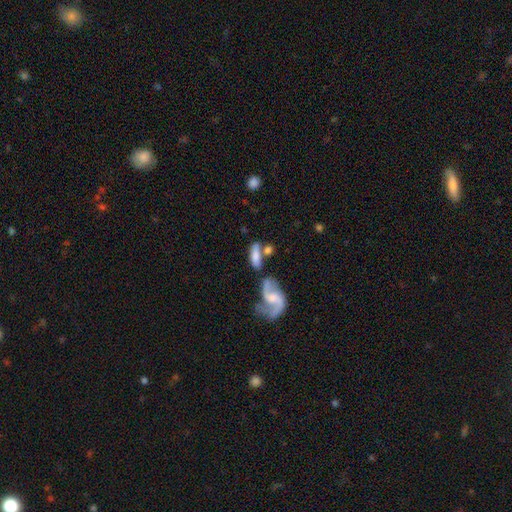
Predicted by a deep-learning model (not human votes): Smooth or featured? Predicted: smooth (p=0.56). How rounded? Predicted: in between (p=0.65). Merging? Predicted: none (p=0.45).